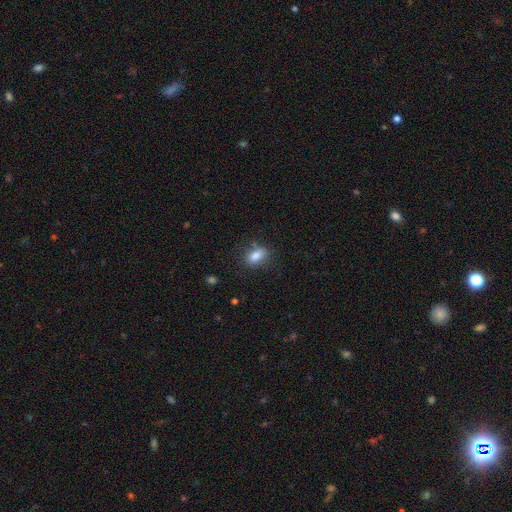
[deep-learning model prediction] The model was most divided on "merging": none: 74%, minor disturbance: 18%, major disturbance: 5%, merger: 3%. More confident: smooth or featured — smooth (84%); how rounded — in between (84%).